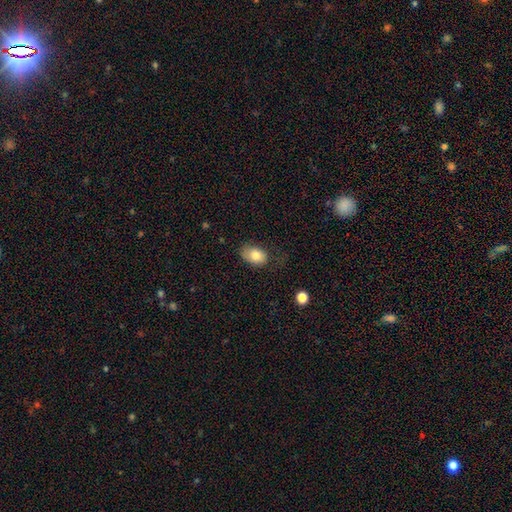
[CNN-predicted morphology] This is clearly a smooth galaxy (81%). How rounded: clearly in between (81%). Merging: possibly none (54%).